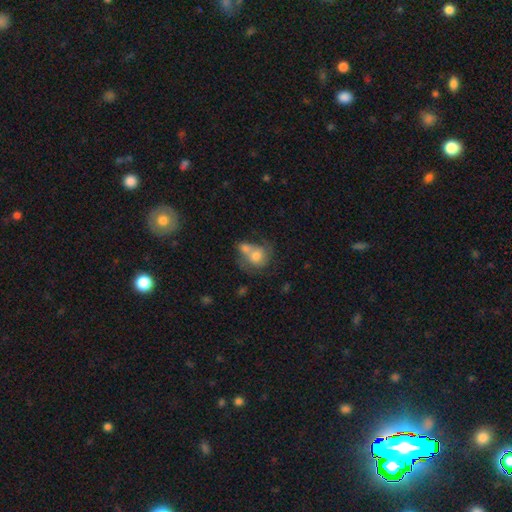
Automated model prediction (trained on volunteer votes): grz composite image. It shows a smooth galaxy with no disk features (62%) that is round (61%). Merging: merger (59%).